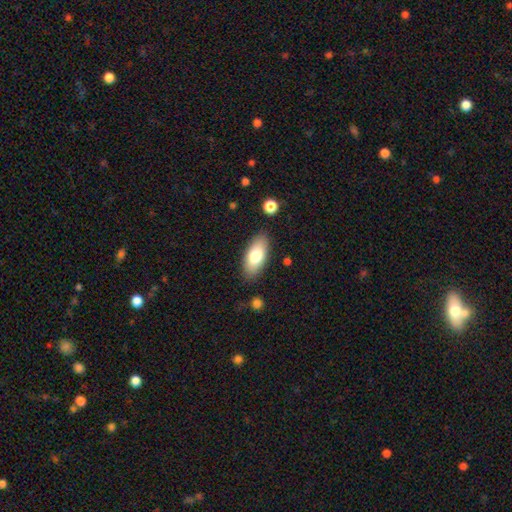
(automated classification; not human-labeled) smooth_or_featured: smooth (p=0.77) [alt: featured or disk p=0.17]
how_rounded: in between (p=0.87) [alt: cigar-shaped p=0.10]
merging: none (p=0.85) [alt: minor disturbance p=0.11]